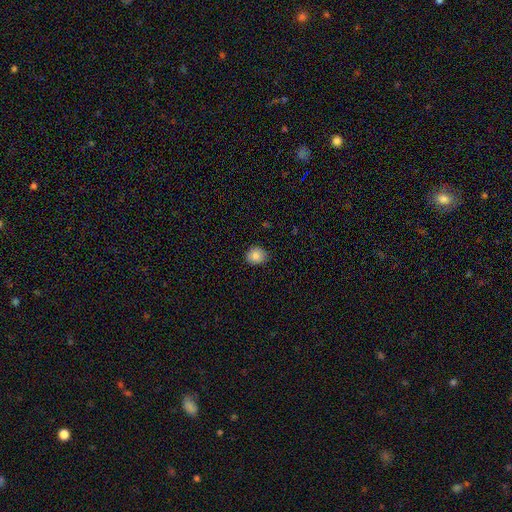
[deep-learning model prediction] Q: Smooth or featured?
A: smooth (85%); runner-up: star or artifact (9%)
Q: How rounded?
A: round (71%); runner-up: in between (29%)
Q: Merging?
A: none (86%); runner-up: minor disturbance (11%)